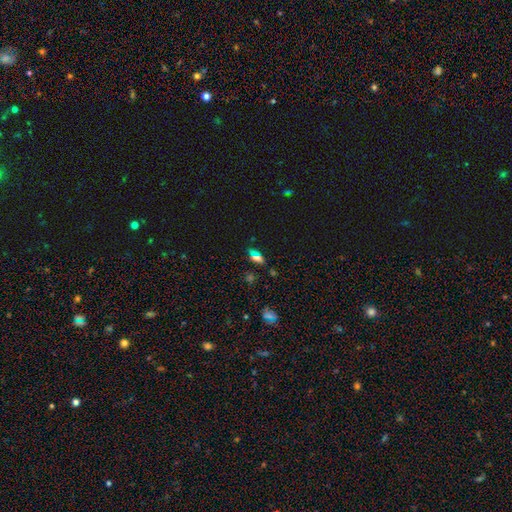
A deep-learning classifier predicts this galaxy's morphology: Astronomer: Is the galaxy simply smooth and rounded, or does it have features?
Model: smooth — 49% (runner-up: star or artifact, 30%).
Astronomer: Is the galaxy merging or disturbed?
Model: none — 78%.